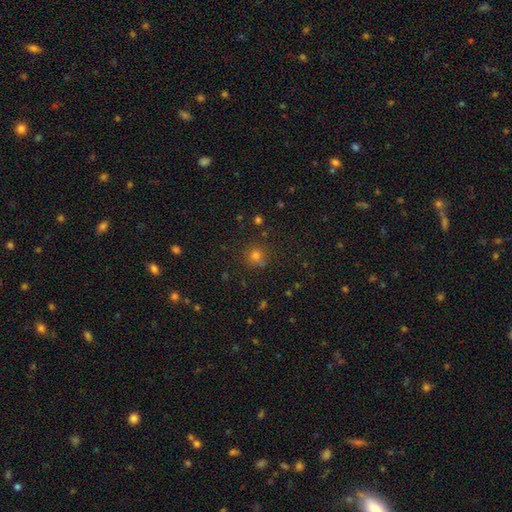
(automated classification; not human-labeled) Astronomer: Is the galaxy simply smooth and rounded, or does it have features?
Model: smooth — 71%.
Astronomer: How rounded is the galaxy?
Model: round — 90%.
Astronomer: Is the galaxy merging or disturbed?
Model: none — 79%.